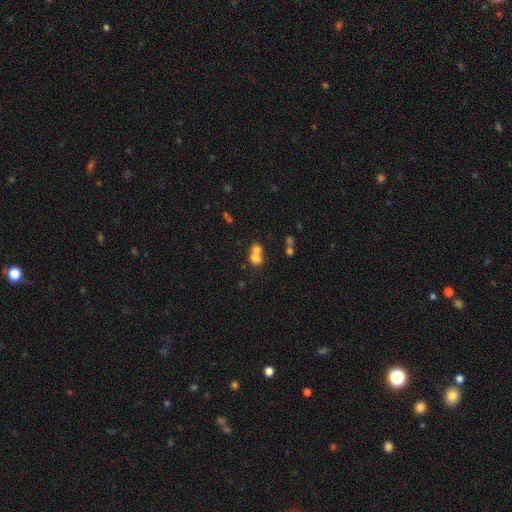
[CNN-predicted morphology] smooth-or-featured: smooth: 70% | featured or disk: 16% | star or artifact: 14%
  how-rounded: round: 60% | in between: 38% | cigar-shaped: 1%
  merging: merger: 63% | none: 27% | minor disturbance: 6% | major disturbance: 4%